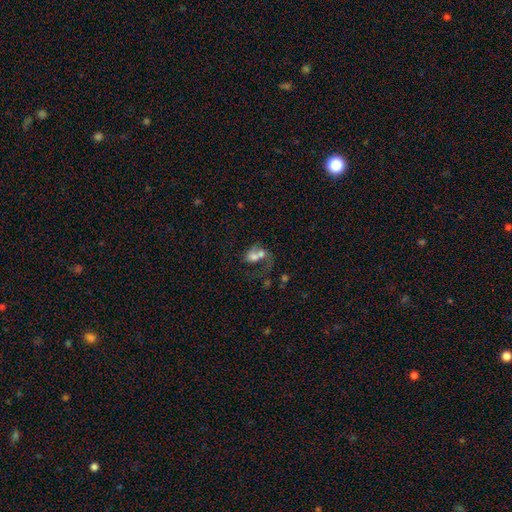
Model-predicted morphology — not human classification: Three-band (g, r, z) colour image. It shows a smooth galaxy with no disk features (46%). Merging: merger (70%).